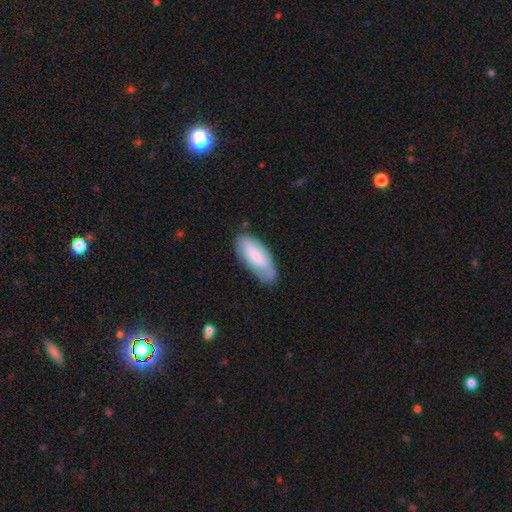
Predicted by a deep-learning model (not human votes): smooth-or-featured: smooth: 72% | featured or disk: 22% | star or artifact: 6%
  how-rounded: in between: 80% | cigar-shaped: 19% | round: 2%
  merging: none: 66% | minor disturbance: 26% | major disturbance: 6% | merger: 2%